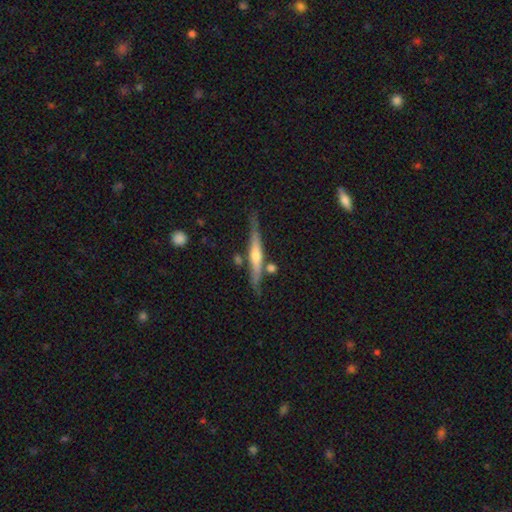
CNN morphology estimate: Q: Smooth or featured?
A: featured or disk (66%); runner-up: smooth (28%)
Q: Edge-on disk?
A: yes (96%); runner-up: no (4%)
Q: Edge-on bulge?
A: rounded (80%); runner-up: none (14%)
Q: Merging?
A: none (75%); runner-up: minor disturbance (14%)